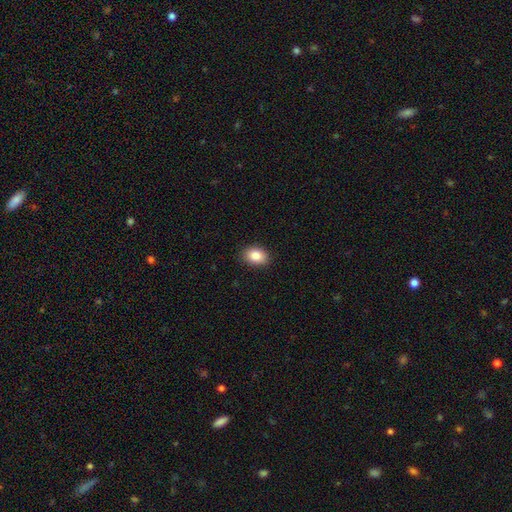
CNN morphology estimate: Smooth or featured?
  - smooth: 86% *
  - star or artifact: 8%
  - featured or disk: 6%
How rounded?
  - in between: 81% *
  - round: 18%
  - cigar-shaped: 1%
Merging?
  - none: 89% *
  - minor disturbance: 8%
  - major disturbance: 2%
  - merger: 1%